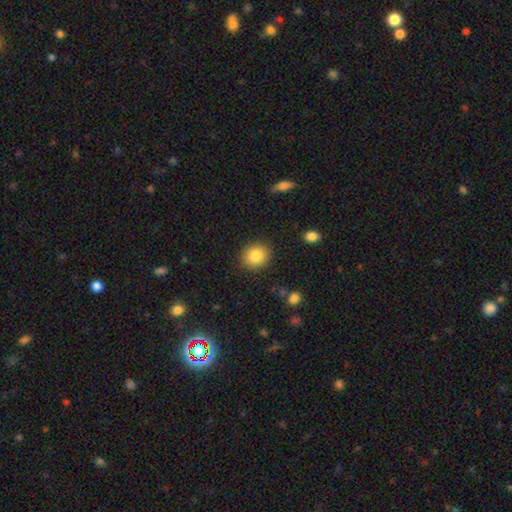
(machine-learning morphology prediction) This appears to be a smooth galaxy with no disk features (85%) that is round (83%). Merging: none (89%).